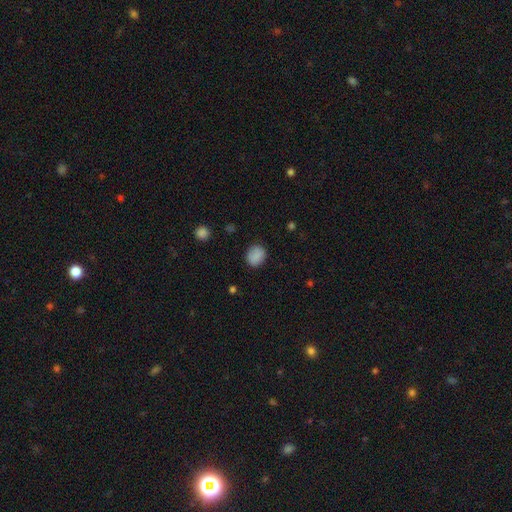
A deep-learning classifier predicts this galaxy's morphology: The model was most divided on "how rounded": round: 67%, in between: 32%, cigar-shaped: 1%. More confident: smooth or featured — smooth (87%); merging — none (85%).